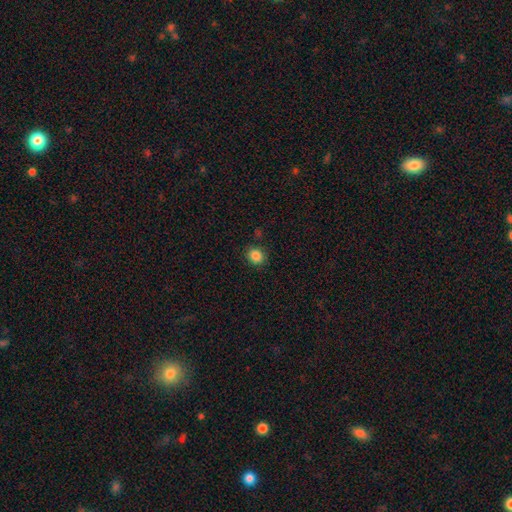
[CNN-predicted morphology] Smooth or featured?
  - smooth: 85% *
  - star or artifact: 11%
  - featured or disk: 4%
How rounded?
  - round: 76% *
  - in between: 23%
  - cigar-shaped: 1%
Merging?
  - none: 88% *
  - minor disturbance: 8%
  - major disturbance: 2%
  - merger: 2%